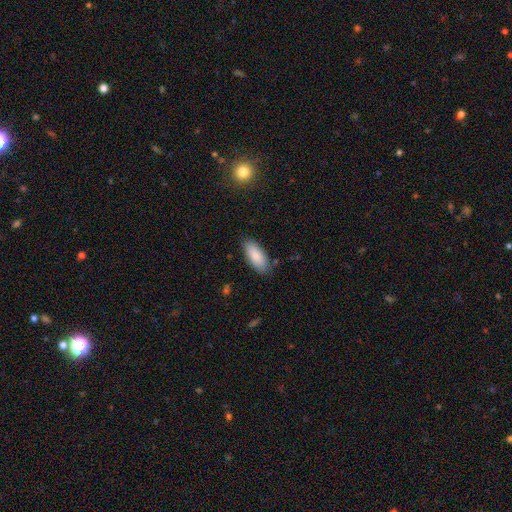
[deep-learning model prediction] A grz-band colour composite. It shows a smooth galaxy with no disk features (87%) that is in between round and cigar-shaped (85%). Merging: none (83%).